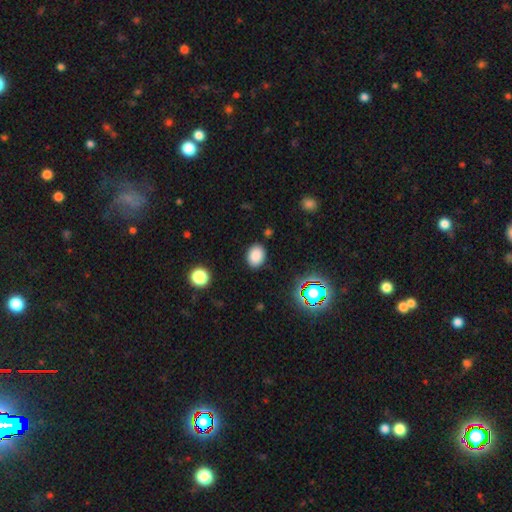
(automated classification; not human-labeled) Smooth or featured? Predicted: smooth (p=0.83). How rounded? Predicted: in between (p=0.68). Merging? Predicted: none (p=0.86).